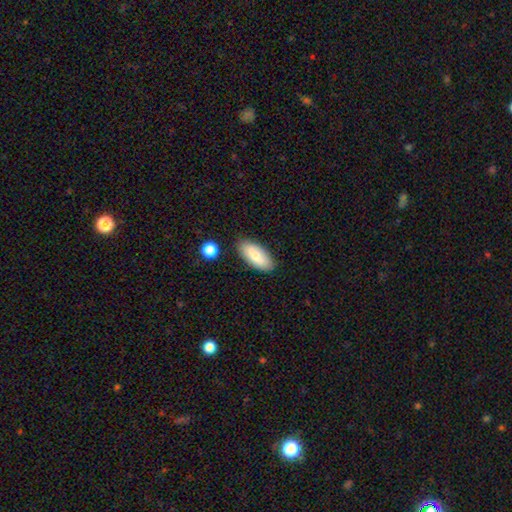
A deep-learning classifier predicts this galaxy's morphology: Smooth or featured?
  - smooth: 77% *
  - featured or disk: 17%
  - star or artifact: 6%
How rounded?
  - in between: 88% *
  - cigar-shaped: 10%
  - round: 2%
Merging?
  - none: 84% *
  - minor disturbance: 11%
  - merger: 3%
  - major disturbance: 2%